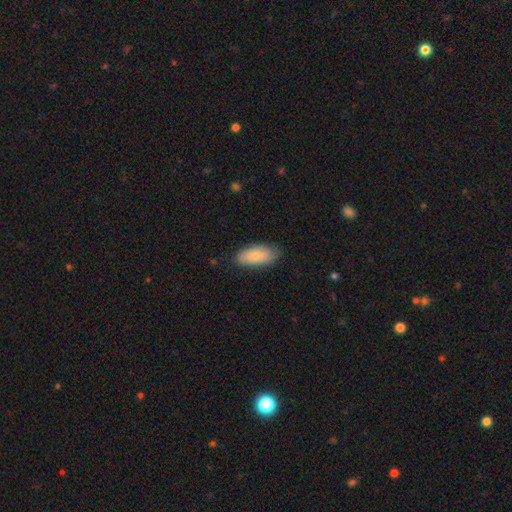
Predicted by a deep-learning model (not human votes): Q: Smooth or featured?
A: smooth (81%); runner-up: featured or disk (13%)
Q: How rounded?
A: in between (89%); runner-up: cigar-shaped (9%)
Q: Merging?
A: none (79%); runner-up: minor disturbance (17%)